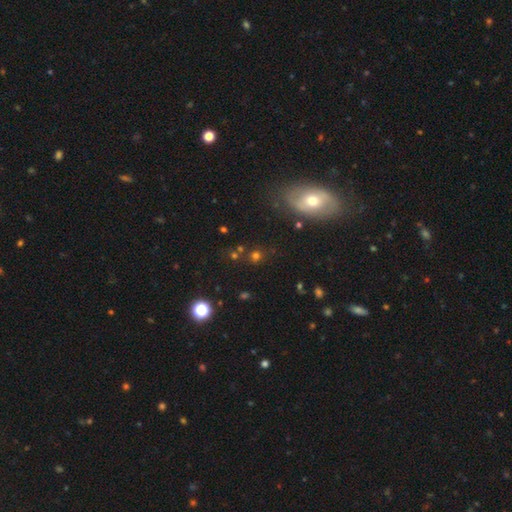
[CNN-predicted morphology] Overall: smooth (58%; star or artifact 33%). How rounded: round (85%). Merging: none (76%).